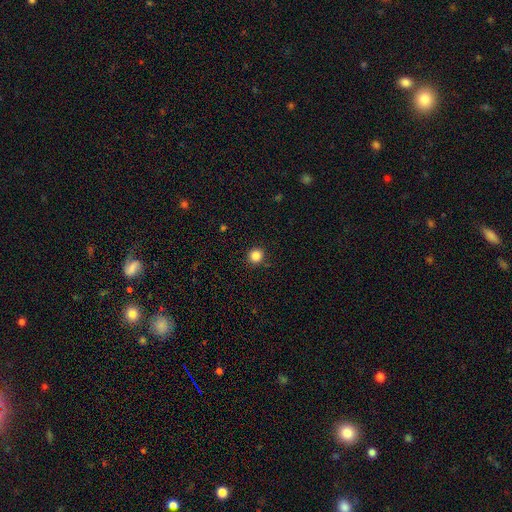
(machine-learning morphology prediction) This is clearly a smooth galaxy (85%). How rounded: clearly round (93%). Merging: clearly none (90%).